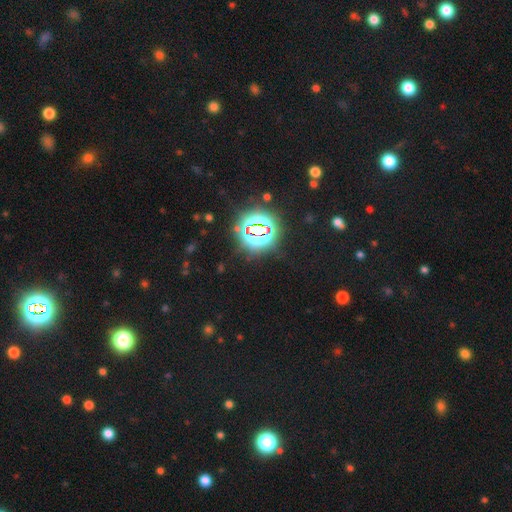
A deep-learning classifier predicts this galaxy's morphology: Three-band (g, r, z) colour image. It shows a star or artifact, not a galaxy (75%).